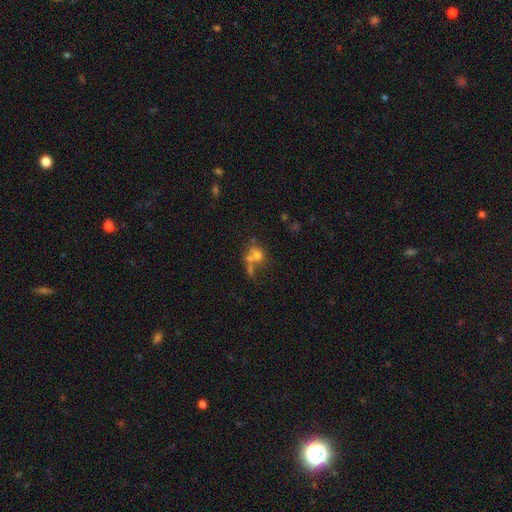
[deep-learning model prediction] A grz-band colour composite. It shows a smooth galaxy with no disk features (53%) that is round (65%). Merging: merger (47%).